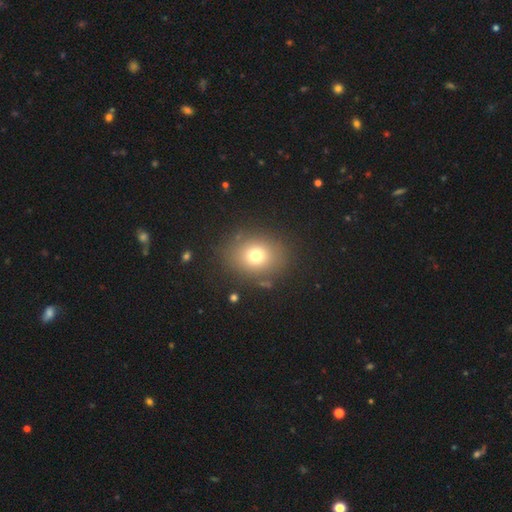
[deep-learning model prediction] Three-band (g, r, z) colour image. It shows a smooth galaxy with no disk features (74%) that is round (55%). Merging: none (83%).